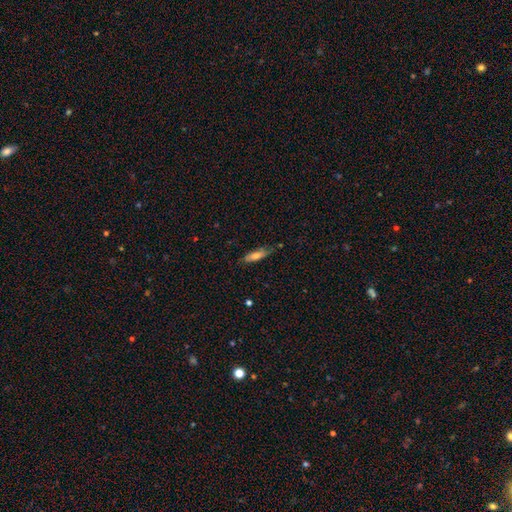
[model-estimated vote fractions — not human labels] This appears to be a smooth galaxy with no disk features (66%) that is cigar-shaped (58%). Merging: none (69%).